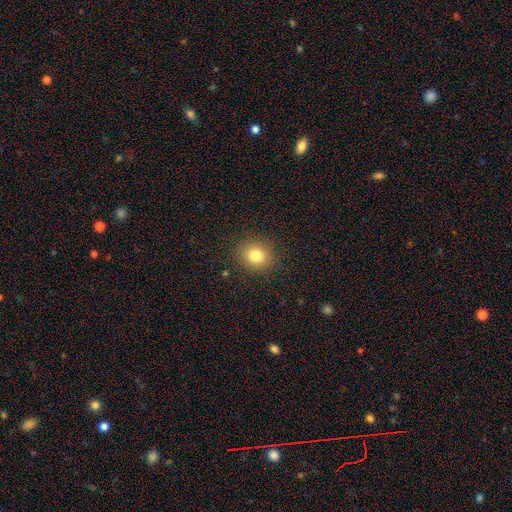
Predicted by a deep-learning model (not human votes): A smooth galaxy with no disk features (80%) that is round (79%). Merging: none (89%).